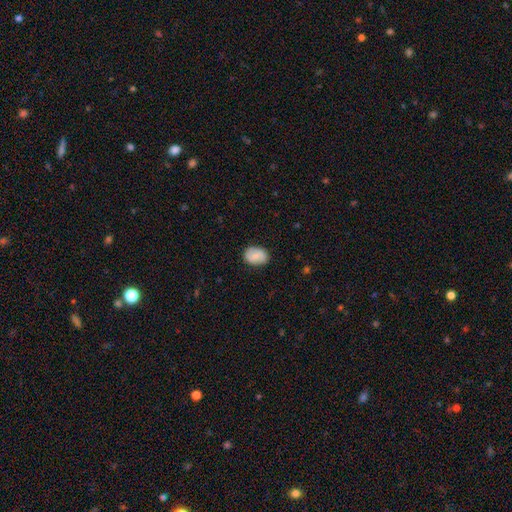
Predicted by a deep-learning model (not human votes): Smooth or featured: smooth — 71% (featured or disk — 21%)
How rounded: in between — 72% (round — 27%)
Merging: none — 83% (minor disturbance — 13%)